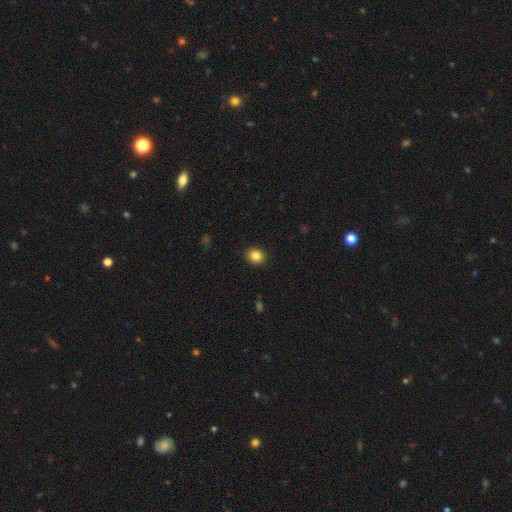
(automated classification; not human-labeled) A smooth galaxy with no disk features (84%) that is round (68%).

Vote fractions:
- Smooth or featured? smooth: 84% / star or artifact: 10% / featured or disk: 6%
- How rounded? round: 68% / in between: 31% / cigar-shaped: 1%
- Merging? none: 91% / minor disturbance: 7% / major disturbance: 2% / merger: 1%